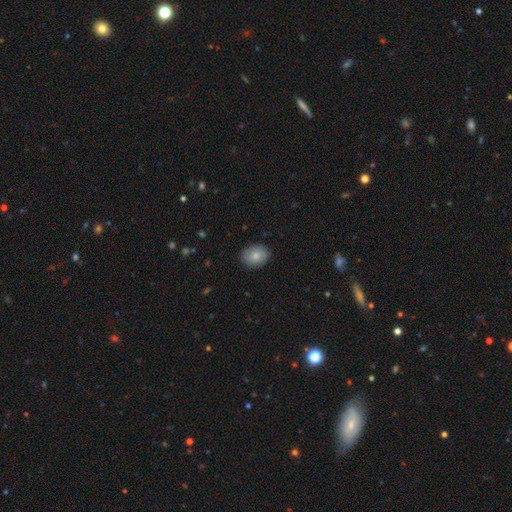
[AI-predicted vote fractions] The model was most divided on "how rounded": in between: 62%, round: 37%, cigar-shaped: 1%. More confident: merging — none (88%); smooth or featured — smooth (81%).